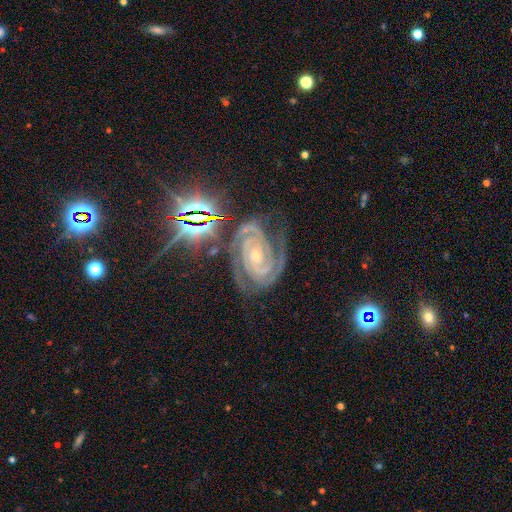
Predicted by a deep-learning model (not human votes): featured or disk 87%, star or artifact 10%, smooth 3%. Down the decision tree: edge-on disk — no (97%); bar — no (60%); spiral arms — yes (99%); spiral arm count — 2 (64%); spiral winding — tight (75%); bulge size — small (63%); merging — none (70%).